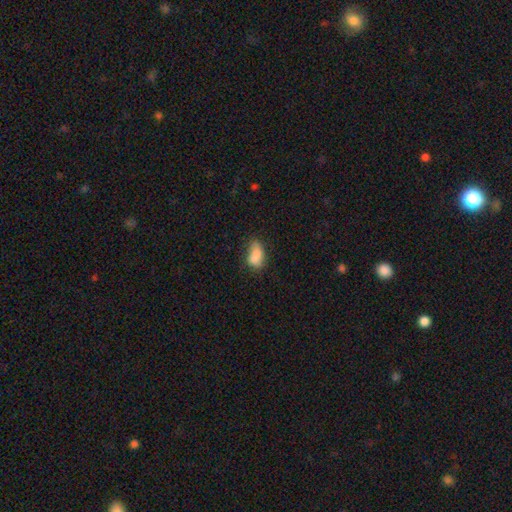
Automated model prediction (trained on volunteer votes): Smooth or featured: smooth — 79% (featured or disk — 12%)
How rounded: in between — 86% (round — 8%)
Merging: none — 47% (minor disturbance — 26%)